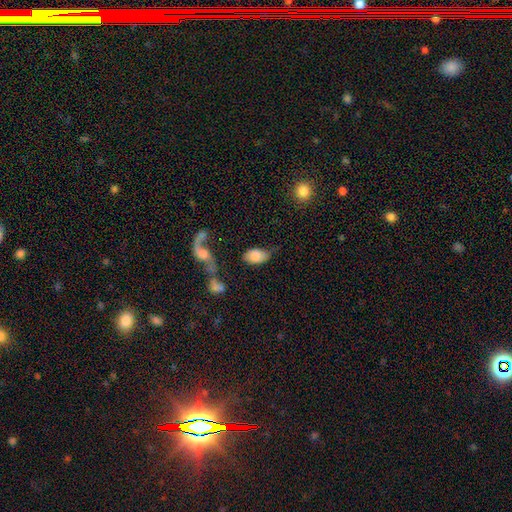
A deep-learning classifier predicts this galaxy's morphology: Smooth or featured? smooth (77%)
How rounded? in between (93%)
Merging? none (50%)